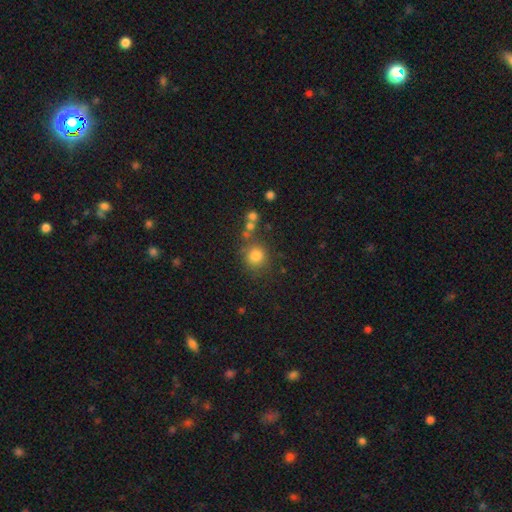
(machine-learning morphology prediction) smooth_or_featured: smooth (p=0.79) [alt: star or artifact p=0.13]
how_rounded: round (p=0.85) [alt: in between p=0.14]
merging: none (p=0.73) [alt: minor disturbance p=0.13]